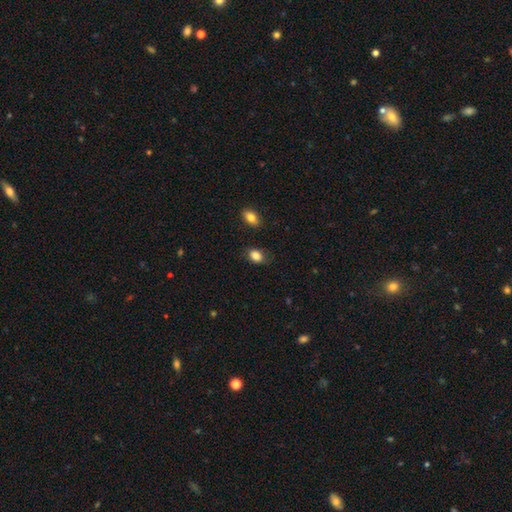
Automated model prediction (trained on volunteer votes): Smooth or featured?
  - smooth: 86% *
  - star or artifact: 8%
  - featured or disk: 5%
How rounded?
  - in between: 79% *
  - round: 20%
  - cigar-shaped: 1%
Merging?
  - none: 75% *
  - minor disturbance: 19%
  - major disturbance: 4%
  - merger: 2%